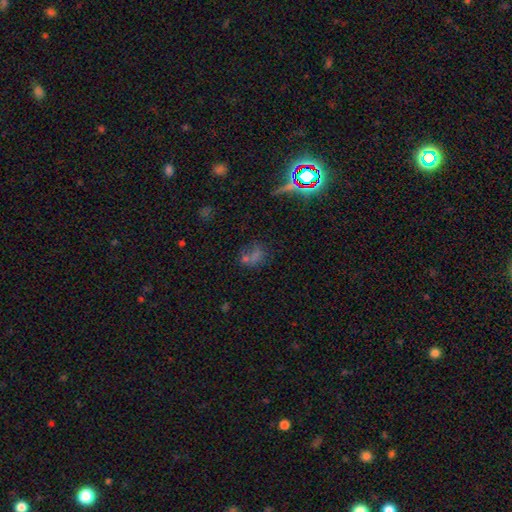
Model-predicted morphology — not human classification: The model was most divided on "smooth or featured": star or artifact: 46%, smooth: 39%, featured or disk: 16%.